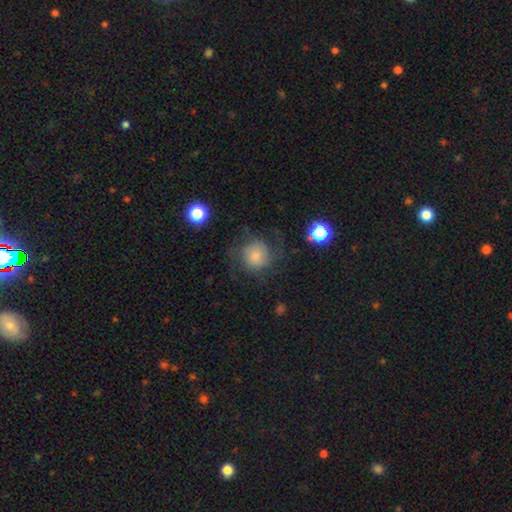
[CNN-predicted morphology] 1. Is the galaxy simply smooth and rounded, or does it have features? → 60% smooth, 29% featured or disk, 11% star or artifact.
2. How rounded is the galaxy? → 90% round, 9% in between, 1% cigar-shaped.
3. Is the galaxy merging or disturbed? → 63% none, 17% minor disturbance, 17% major disturbance, 2% merger.